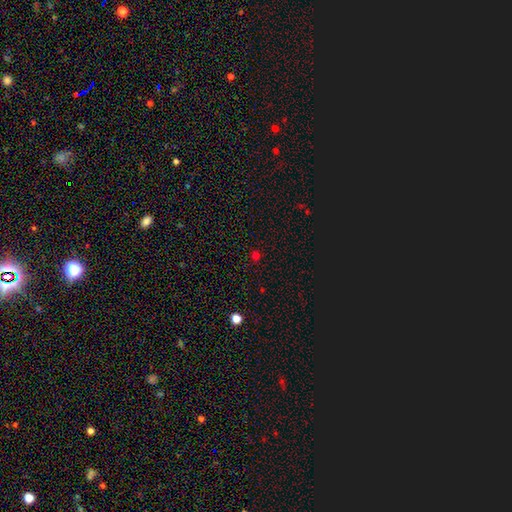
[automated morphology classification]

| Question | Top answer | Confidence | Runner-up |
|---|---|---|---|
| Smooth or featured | smooth | 59% | star or artifact (36%) |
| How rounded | round | 87% | in between (11%) |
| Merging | none | 86% | minor disturbance (8%) |